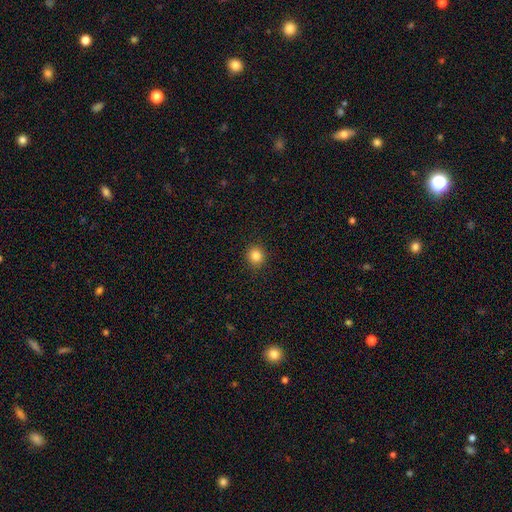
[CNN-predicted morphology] Q: Smooth or featured?
A: smooth (85%); runner-up: star or artifact (11%)
Q: How rounded?
A: round (86%); runner-up: in between (13%)
Q: Merging?
A: none (91%); runner-up: minor disturbance (6%)